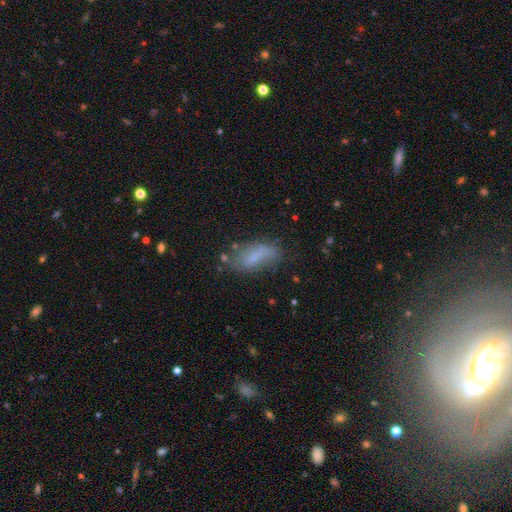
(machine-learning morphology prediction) type=smooth (66%); roundness=in between (74%); merging=none (58%).